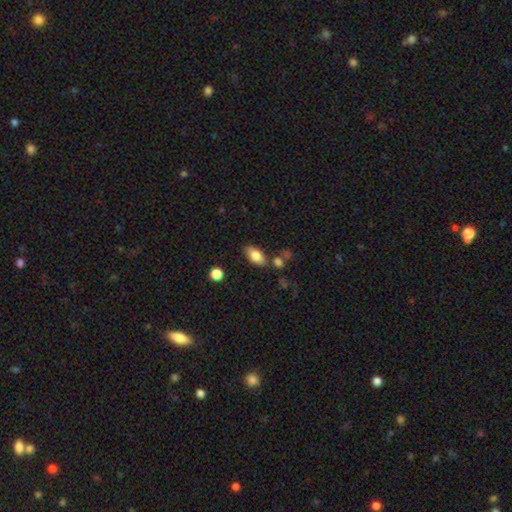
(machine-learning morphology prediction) smooth-or-featured: smooth: 81% | featured or disk: 12% | star or artifact: 8%
  how-rounded: in between: 91% | round: 5% | cigar-shaped: 5%
  merging: none: 77% | minor disturbance: 13% | merger: 7% | major disturbance: 3%